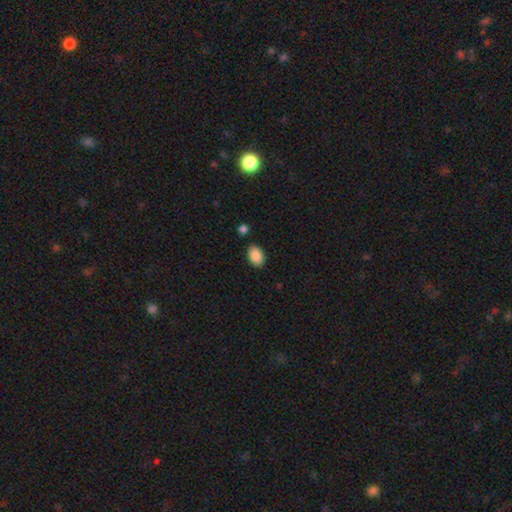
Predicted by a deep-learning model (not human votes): Overall: smooth (90%). How rounded: in between (88%). Merging: none (84%).